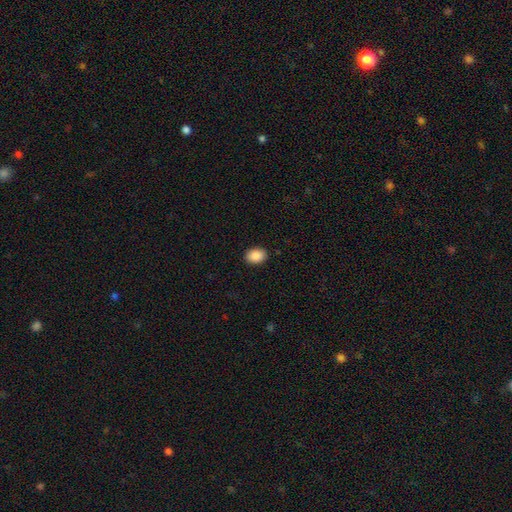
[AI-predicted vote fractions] smooth 89%, star or artifact 7%, featured or disk 4%. Down the decision tree: how rounded — in between (72%); merging — none (90%).